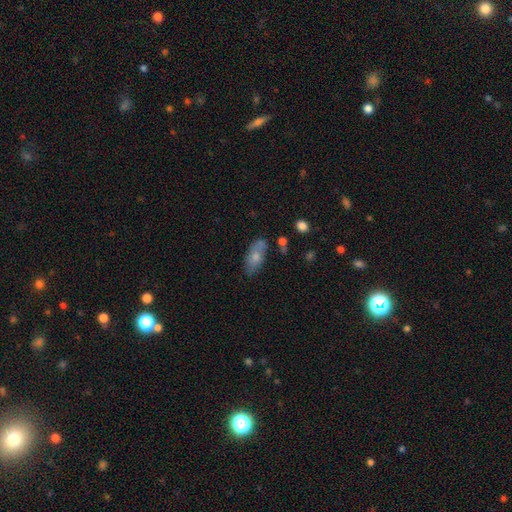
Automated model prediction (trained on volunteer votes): Overall: smooth (67%). How rounded: in between (85%). Merging: none (69%).